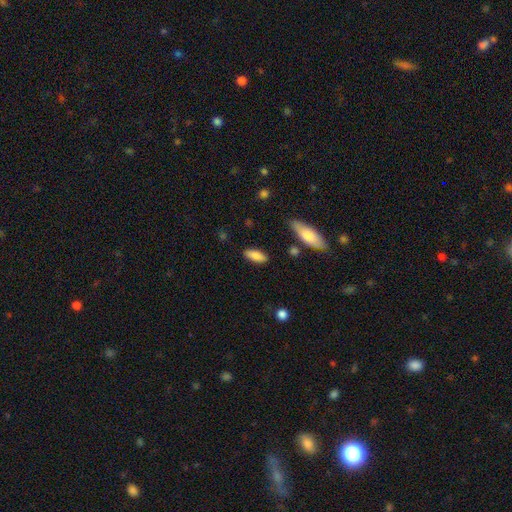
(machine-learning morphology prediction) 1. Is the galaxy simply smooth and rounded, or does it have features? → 83% smooth, 11% featured or disk, 6% star or artifact.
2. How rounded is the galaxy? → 75% in between, 23% cigar-shaped, 2% round.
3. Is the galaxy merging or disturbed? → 85% none, 10% minor disturbance, 2% major disturbance, 2% merger.